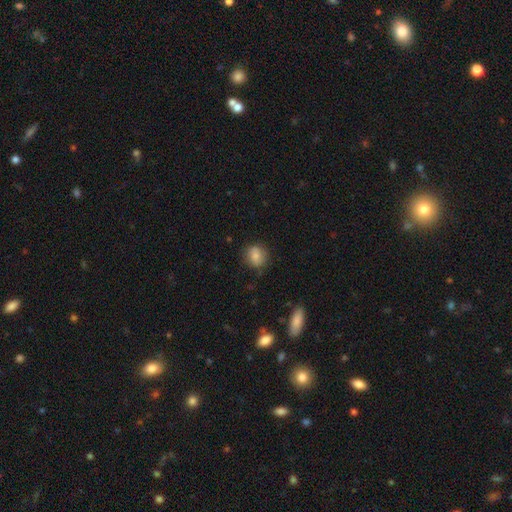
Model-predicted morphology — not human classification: smooth_or_featured: smooth (p=0.83) [alt: star or artifact p=0.09]
how_rounded: round (p=0.76) [alt: in between p=0.23]
merging: none (p=0.82) [alt: minor disturbance p=0.13]